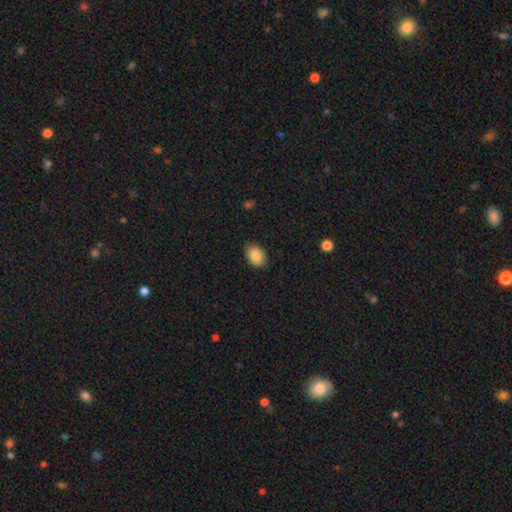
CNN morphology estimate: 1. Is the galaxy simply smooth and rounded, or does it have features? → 88% smooth, 7% star or artifact, 4% featured or disk.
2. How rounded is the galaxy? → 82% in between, 17% round, 1% cigar-shaped.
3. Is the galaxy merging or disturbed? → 86% none, 11% minor disturbance, 2% major disturbance, 1% merger.